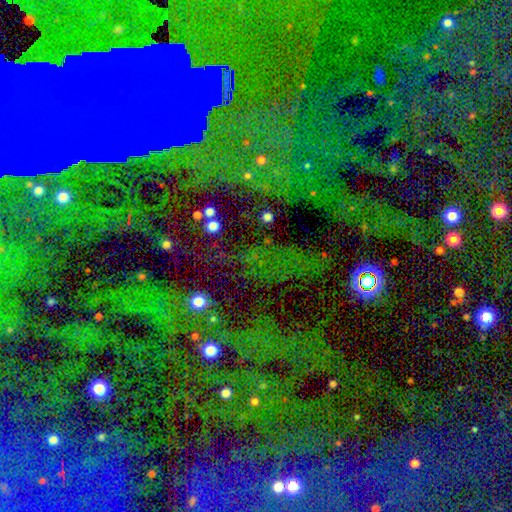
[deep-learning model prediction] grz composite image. It shows a star or artifact, not a galaxy (71%).